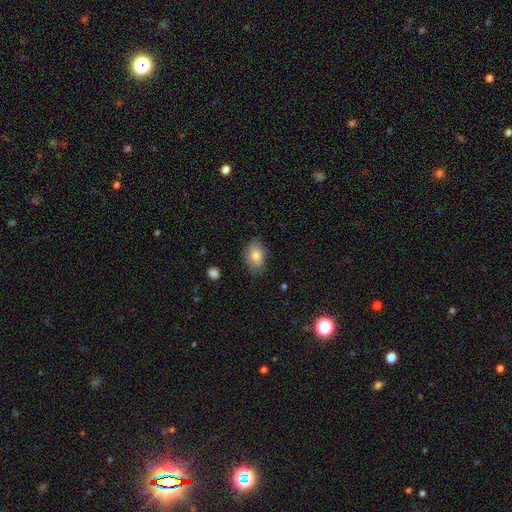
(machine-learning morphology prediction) A smooth galaxy with no disk features (81%) that is in between round and cigar-shaped (83%). Merging: none (82%).